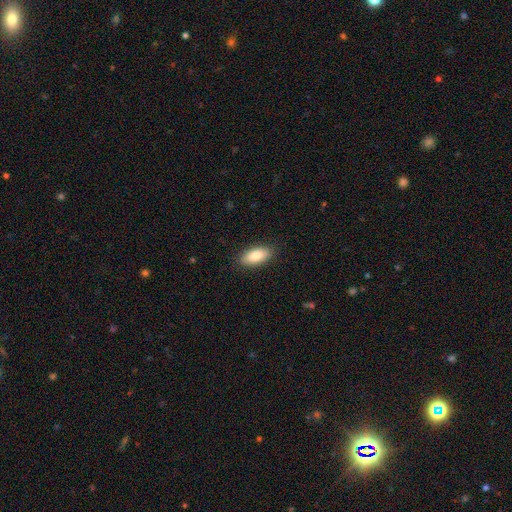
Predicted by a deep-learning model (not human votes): A smooth galaxy with no disk features (83%) that is in between round and cigar-shaped (88%). Merging: none (88%).